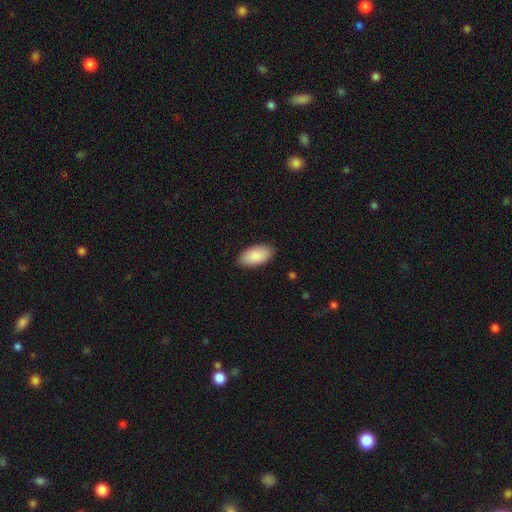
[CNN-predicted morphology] Q: Smooth or featured?
A: smooth (89%); runner-up: star or artifact (6%)
Q: How rounded?
A: in between (95%); runner-up: cigar-shaped (2%)
Q: Merging?
A: none (88%); runner-up: minor disturbance (9%)